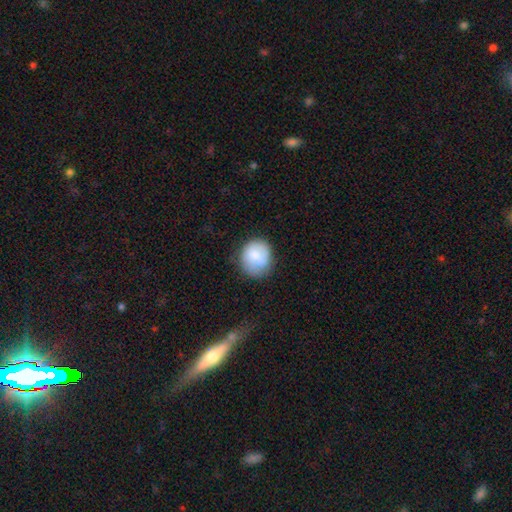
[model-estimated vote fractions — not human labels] Overall: smooth (75%). How rounded: round (73%). Merging: none (68%).